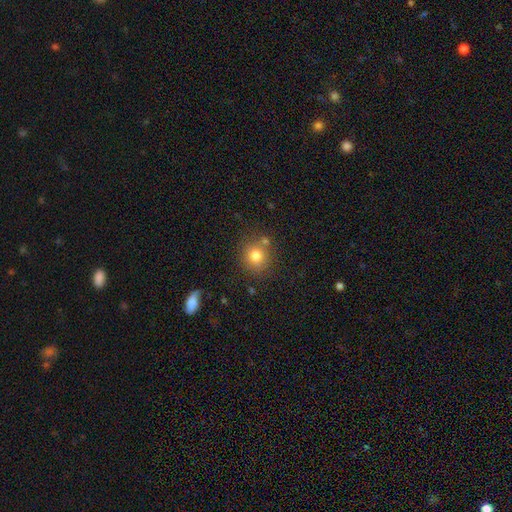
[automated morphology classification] Overall: smooth (78%). How rounded: round (87%). Merging: none (76%).